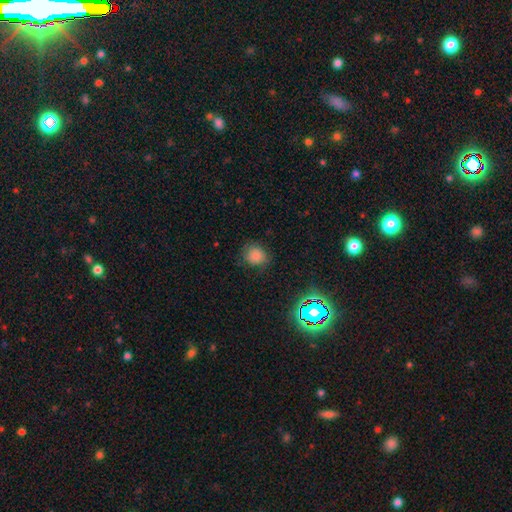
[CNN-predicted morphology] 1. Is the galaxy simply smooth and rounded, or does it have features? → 80% smooth, 14% star or artifact, 6% featured or disk.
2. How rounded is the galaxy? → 77% round, 22% in between, 1% cigar-shaped.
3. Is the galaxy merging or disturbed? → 77% none, 17% minor disturbance, 5% major disturbance, 1% merger.